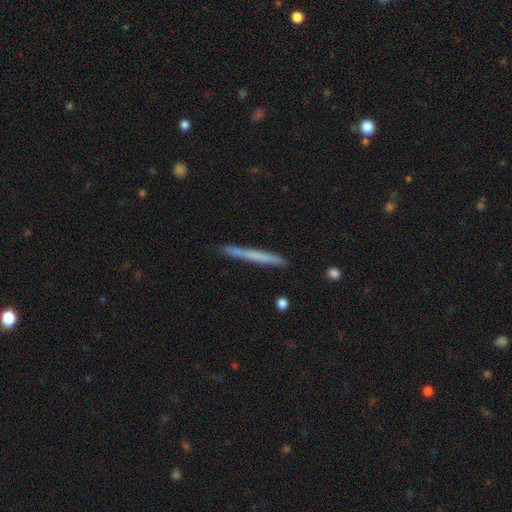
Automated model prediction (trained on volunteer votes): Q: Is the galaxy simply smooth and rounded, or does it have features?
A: smooth — 59%.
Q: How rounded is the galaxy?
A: cigar-shaped — 97%.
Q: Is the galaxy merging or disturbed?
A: none — 88%.